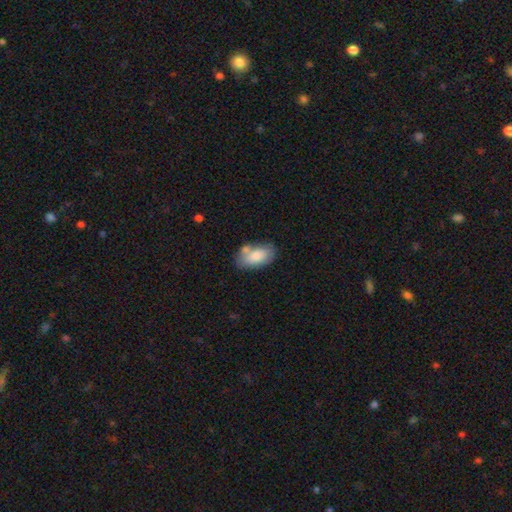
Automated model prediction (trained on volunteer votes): Smooth or featured? smooth (81%)
How rounded? in between (94%)
Merging? none (57%)